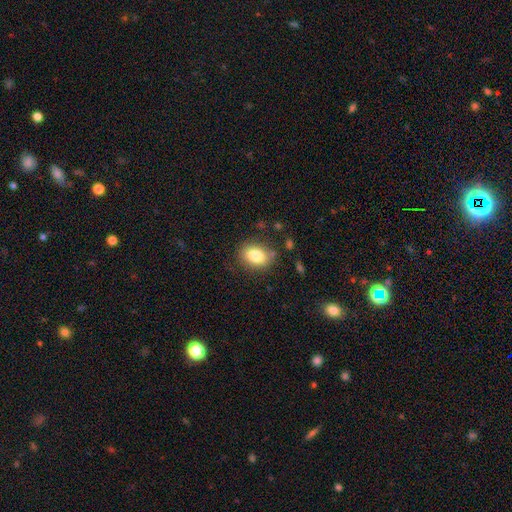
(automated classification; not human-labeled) This appears to be a smooth galaxy with no disk features (83%) that is in between round and cigar-shaped (76%). Merging: none (80%).